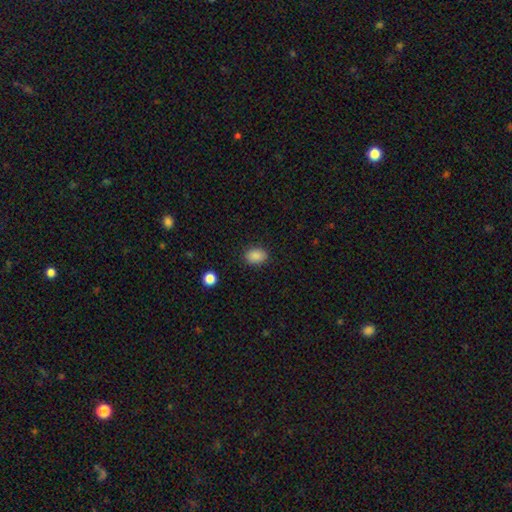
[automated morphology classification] A smooth galaxy with no disk features (88%) that is in between round and cigar-shaped (74%). Merging: none (87%).